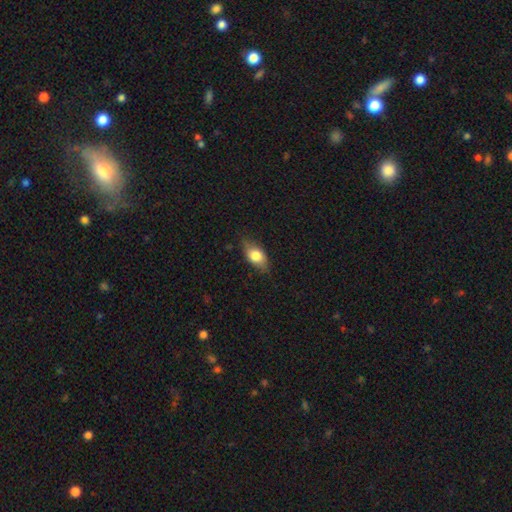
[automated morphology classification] smooth-or-featured: smooth: 73% | featured or disk: 19% | star or artifact: 7%
  how-rounded: in between: 83% | round: 10% | cigar-shaped: 7%
  merging: none: 77% | minor disturbance: 18% | major disturbance: 4% | merger: 1%